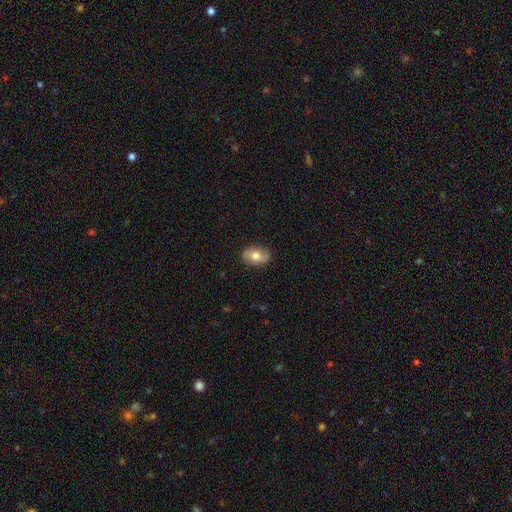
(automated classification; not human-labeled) Smooth or featured: smooth — 72% (featured or disk — 21%)
How rounded: in between — 86% (round — 12%)
Merging: none — 87% (minor disturbance — 10%)